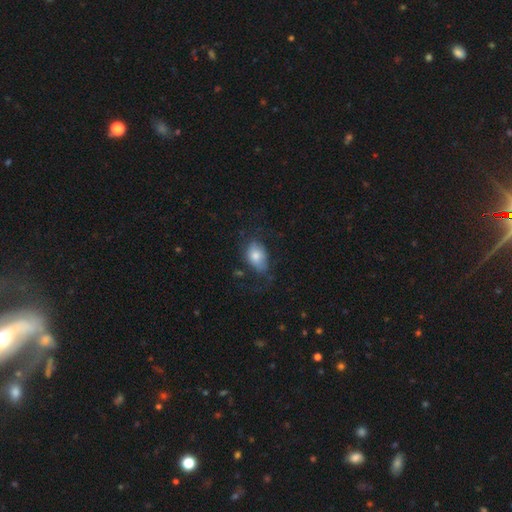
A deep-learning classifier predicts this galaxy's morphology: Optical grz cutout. It shows a smooth galaxy with no disk features (72%) that is in between round and cigar-shaped (86%). Merging: none (52%).